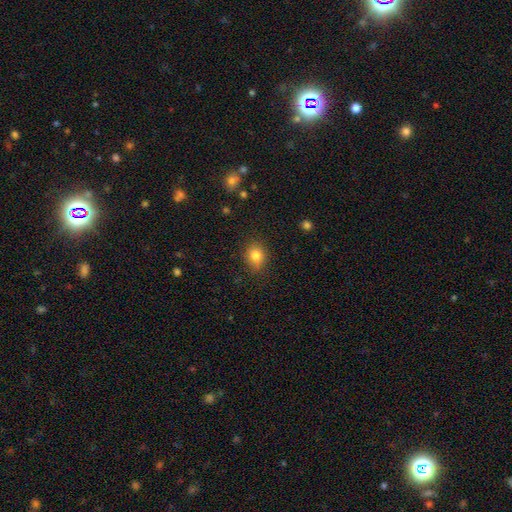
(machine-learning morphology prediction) This appears to be a smooth galaxy with no disk features (82%) that is round (60%). Merging: none (82%).